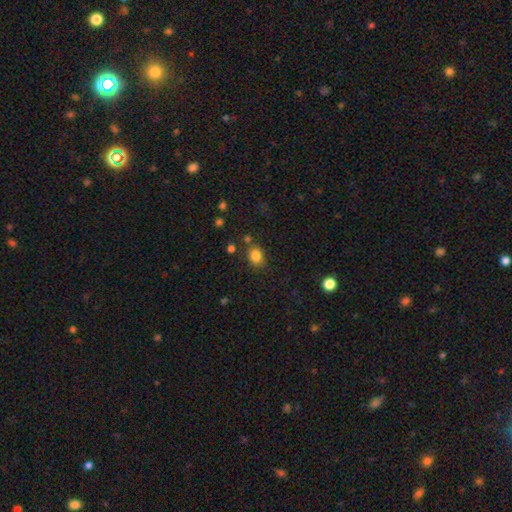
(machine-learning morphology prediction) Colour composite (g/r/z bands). It shows a smooth galaxy with no disk features (83%) that is round (50%). Merging: none (74%).